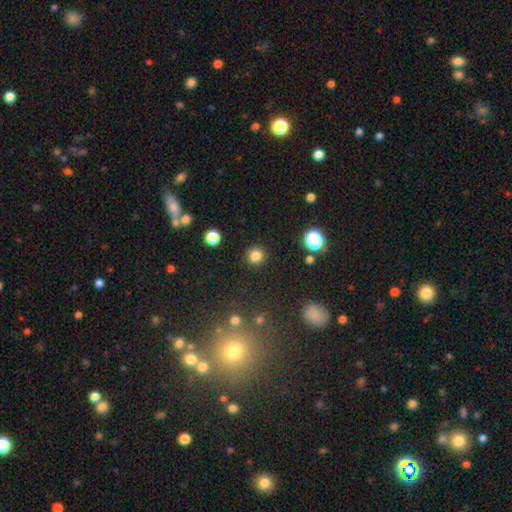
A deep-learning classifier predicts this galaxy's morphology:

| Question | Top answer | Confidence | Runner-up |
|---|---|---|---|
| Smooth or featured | smooth | 82% | star or artifact (14%) |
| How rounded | round | 95% | in between (4%) |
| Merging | none | 91% | minor disturbance (5%) |